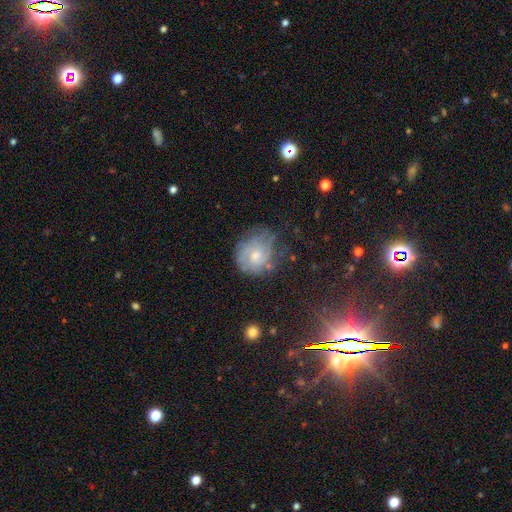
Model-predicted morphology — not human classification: A featured or disk galaxy (62%) with no bar (72%), spiral arms (80%) and a small central bulge (51%). Merging: none (57%).